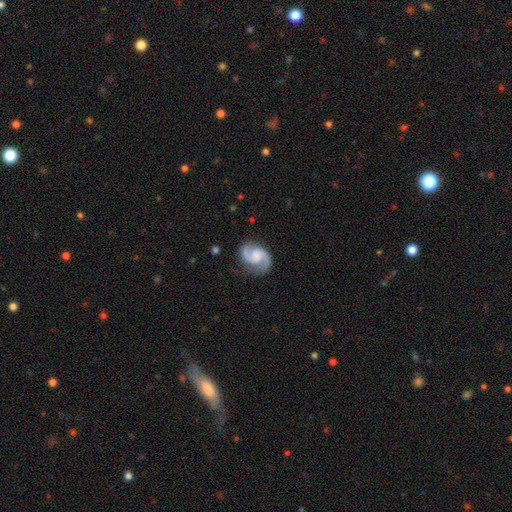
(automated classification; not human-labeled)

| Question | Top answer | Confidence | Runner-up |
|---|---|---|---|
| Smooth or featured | featured or disk | 89% | smooth (7%) |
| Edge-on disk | no | 98% | yes (2%) |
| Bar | no | 51% | weak (41%) |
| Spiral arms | yes | 98% | no (2%) |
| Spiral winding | medium | 58% | loose (22%) |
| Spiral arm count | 2 | 93% | can't tell (2%) |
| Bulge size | none | 42% | moderate (25%) |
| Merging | none | 77% | minor disturbance (15%) |